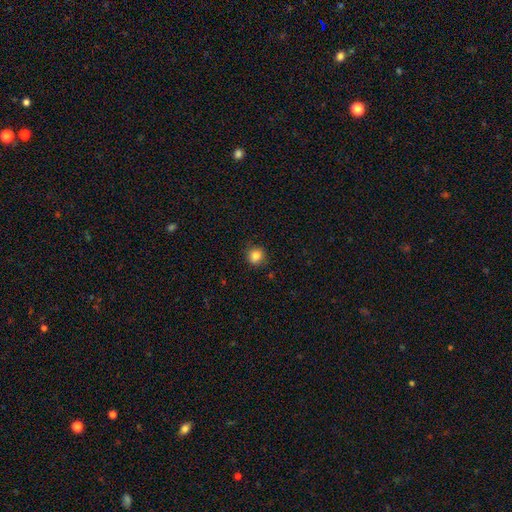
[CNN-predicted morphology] Smooth or featured?
  - smooth: 84% *
  - star or artifact: 11%
  - featured or disk: 5%
How rounded?
  - round: 91% *
  - in between: 8%
  - cigar-shaped: 1%
Merging?
  - none: 88% *
  - minor disturbance: 9%
  - major disturbance: 2%
  - merger: 1%